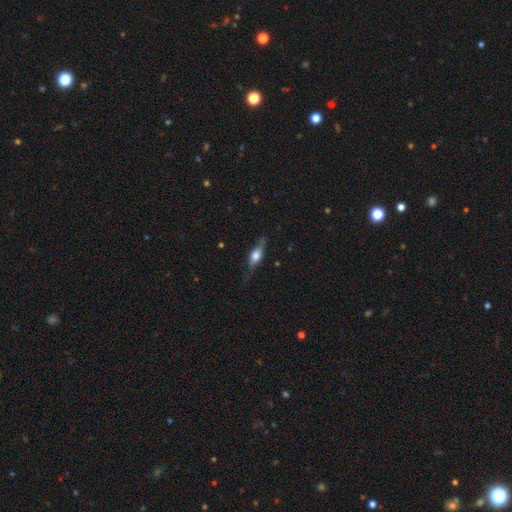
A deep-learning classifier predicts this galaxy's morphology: The model was most divided on "smooth or featured": featured or disk: 55%, smooth: 38%, star or artifact: 7%. More confident: edge-on disk — yes (90%); merging — none (67%).